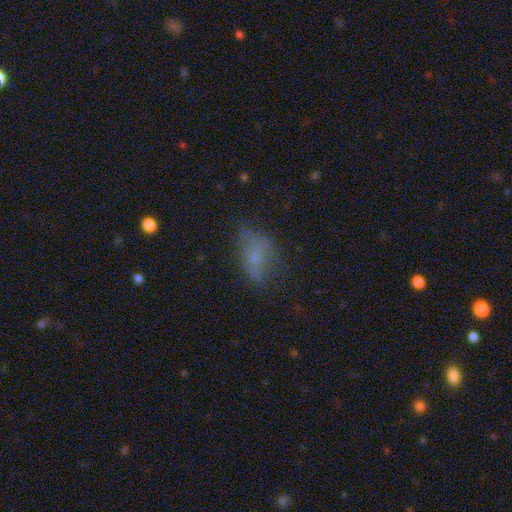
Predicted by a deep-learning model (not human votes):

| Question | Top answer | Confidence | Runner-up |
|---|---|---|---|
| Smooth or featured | smooth | 55% | featured or disk (30%) |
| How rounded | in between | 84% | round (10%) |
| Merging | none | 52% | minor disturbance (28%) |